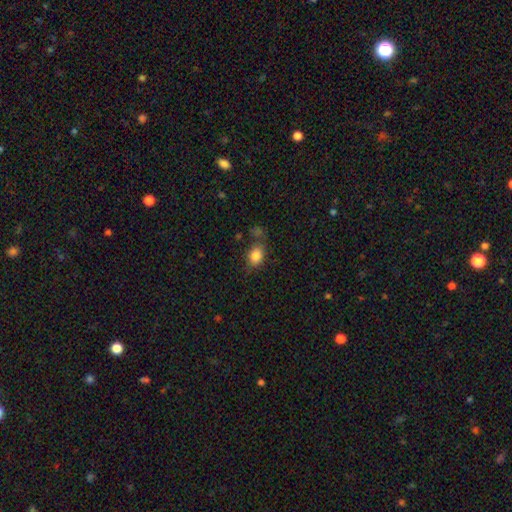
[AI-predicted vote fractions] smooth_or_featured: smooth (p=0.84) [alt: star or artifact p=0.10]
how_rounded: in between (p=0.68) [alt: round p=0.31]
merging: none (p=0.67) [alt: minor disturbance p=0.18]